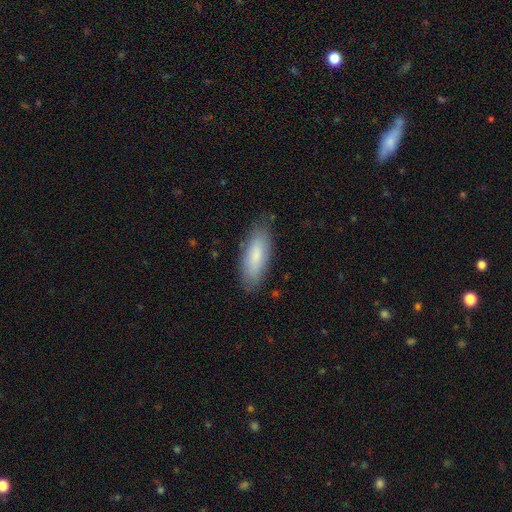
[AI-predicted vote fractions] This is likely a smooth galaxy (79%). How rounded: likely in between (71%). Merging: clearly none (81%).